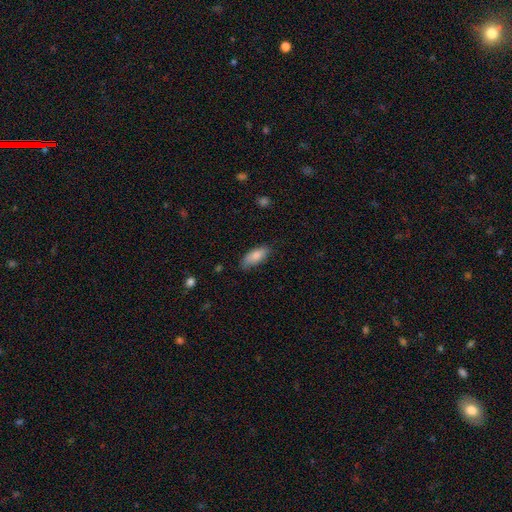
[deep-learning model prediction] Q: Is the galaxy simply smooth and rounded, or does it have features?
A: smooth — 85%.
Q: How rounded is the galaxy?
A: in between — 80%.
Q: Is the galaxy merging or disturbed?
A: none — 76%.